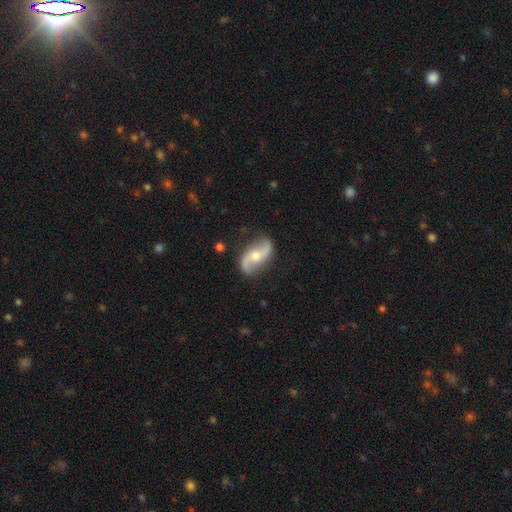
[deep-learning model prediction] This appears to be a featured or disk galaxy (84%) with no bar (55%), 2 (94%) loose (73%) spiral arms (95%) and a moderate central bulge (64%). Merging: none (83%).